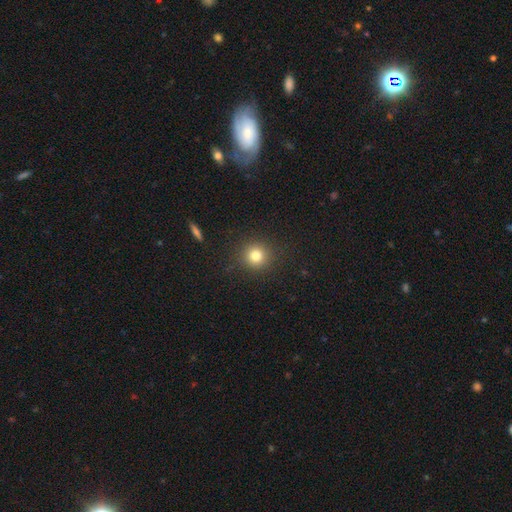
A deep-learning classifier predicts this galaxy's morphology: The model was most divided on "smooth or featured": smooth: 80%, star or artifact: 13%, featured or disk: 7%. More confident: how rounded — round (93%); merging — none (90%).